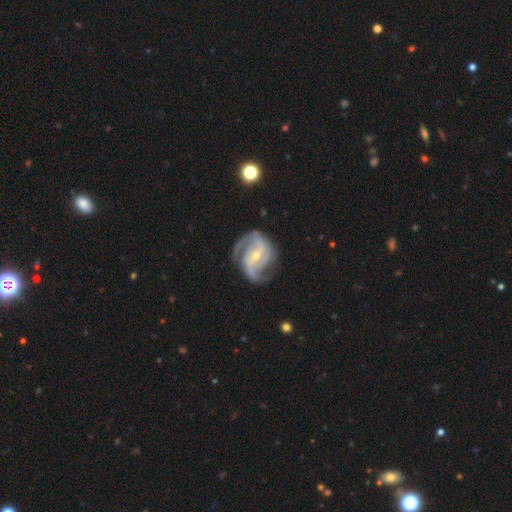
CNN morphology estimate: featured or disk 91%, smooth 5%, star or artifact 5%. Down the decision tree: edge-on disk — no (98%); bar — weak (43%); spiral arms — yes (98%); spiral arm count — 2 (55%); spiral winding — medium (53%); bulge size — small (58%); merging — none (69%).